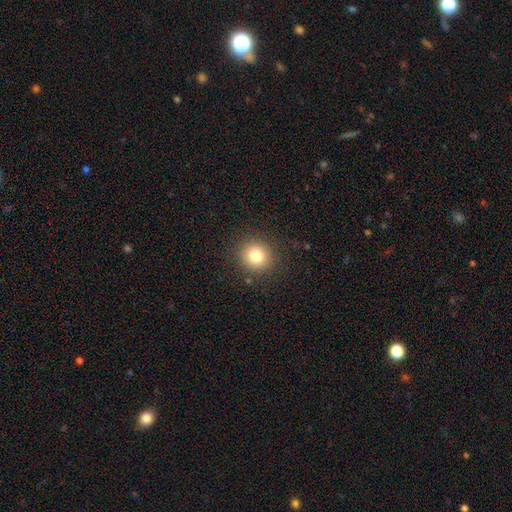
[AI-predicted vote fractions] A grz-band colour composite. It shows a smooth galaxy with no disk features (81%) that is round (91%). Merging: none (89%).